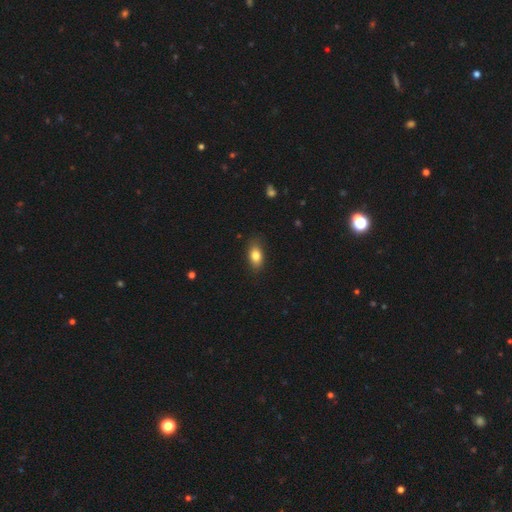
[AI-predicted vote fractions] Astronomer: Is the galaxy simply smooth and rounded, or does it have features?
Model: smooth — 81%.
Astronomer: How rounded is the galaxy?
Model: in between — 86%.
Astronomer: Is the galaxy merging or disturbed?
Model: none — 84%.